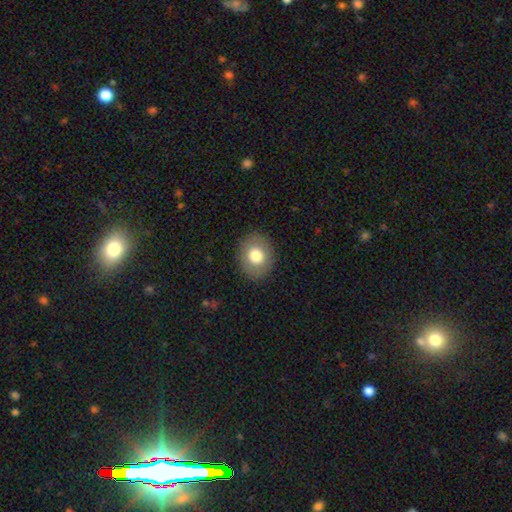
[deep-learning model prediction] Smooth or featured: smooth — 76% (featured or disk — 16%)
How rounded: round — 58% (in between — 41%)
Merging: none — 89% (minor disturbance — 8%)